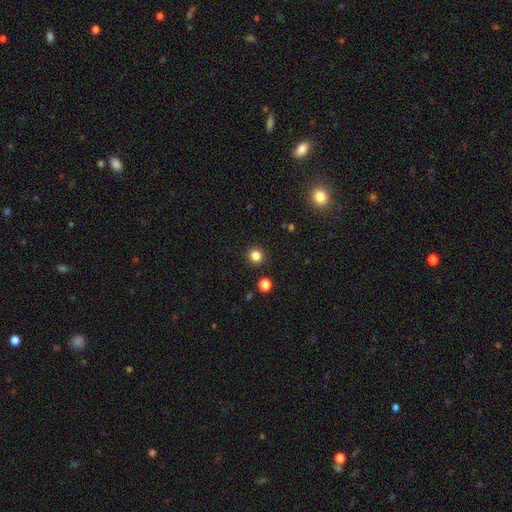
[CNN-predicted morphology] Overall: smooth (84%). How rounded: round (92%). Merging: none (91%).